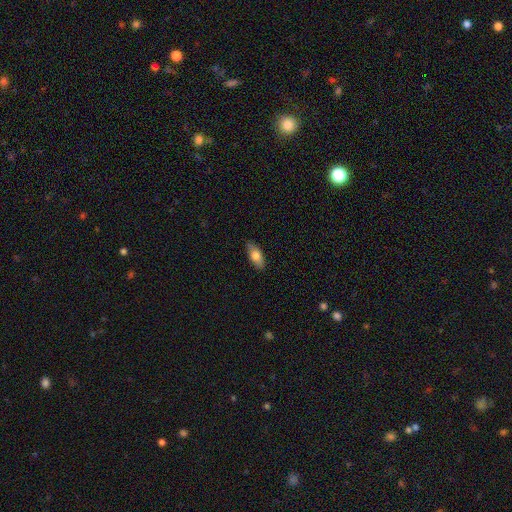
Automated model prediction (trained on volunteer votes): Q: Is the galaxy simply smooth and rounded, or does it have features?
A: smooth — 75%.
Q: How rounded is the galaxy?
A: in between — 83%.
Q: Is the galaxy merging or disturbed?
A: none — 85%.